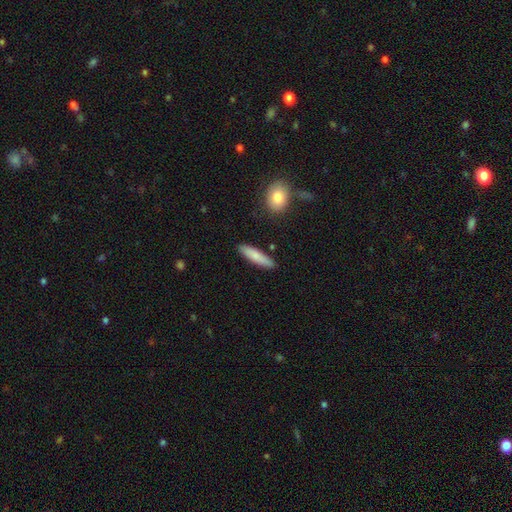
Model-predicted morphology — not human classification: smooth_or_featured: smooth (p=0.80) [alt: featured or disk p=0.14]
how_rounded: cigar-shaped (p=0.78) [alt: in between p=0.20]
merging: none (p=0.86) [alt: minor disturbance p=0.09]